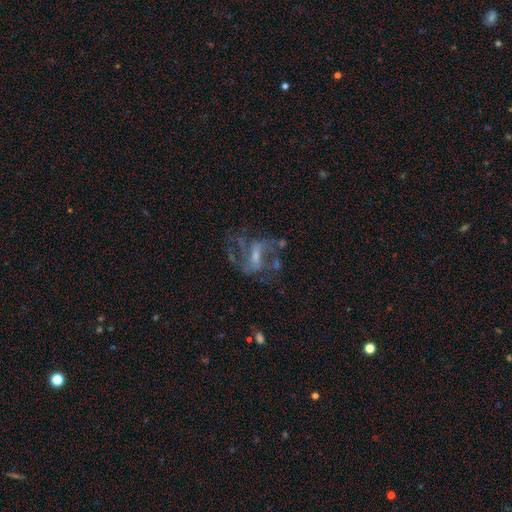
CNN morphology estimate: Overall: featured or disk (80%). Edge-on disk: no (96%). Bar: weak (46%; strong 33%). Spiral arms: yes (87%). Spiral arm count: 2 (50%; can't tell 18%). Spiral winding: medium (46%; loose 39%). Bulge size: small (52%; moderate 30%). Merging: none (55%; major disturbance 25%).